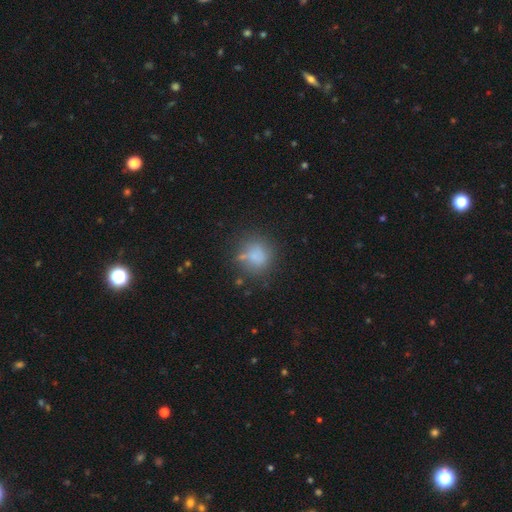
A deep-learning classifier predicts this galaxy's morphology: Q: Smooth or featured?
A: smooth (72%); runner-up: featured or disk (16%)
Q: How rounded?
A: round (74%); runner-up: in between (25%)
Q: Merging?
A: none (56%); runner-up: minor disturbance (21%)